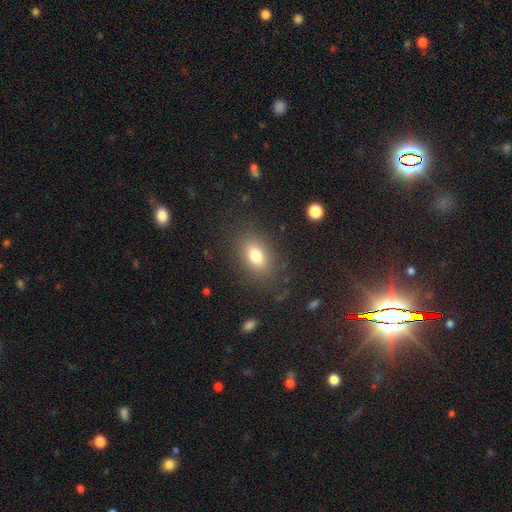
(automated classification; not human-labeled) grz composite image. It shows a smooth galaxy with no disk features (78%) that is in between round and cigar-shaped (80%). Merging: none (83%).